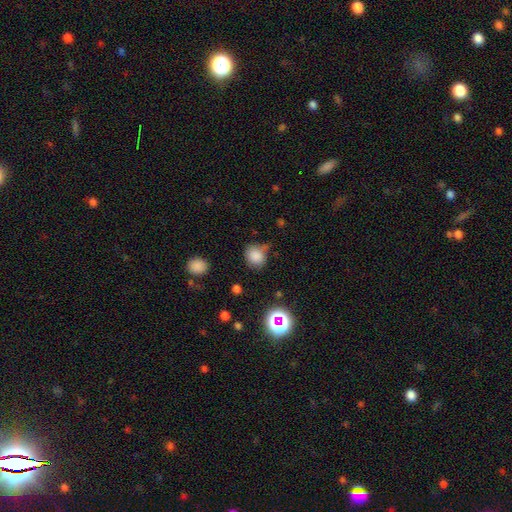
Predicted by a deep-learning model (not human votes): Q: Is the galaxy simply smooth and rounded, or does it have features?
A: smooth — 82%.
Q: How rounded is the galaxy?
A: round — 75%.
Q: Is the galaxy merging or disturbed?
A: none — 66%.